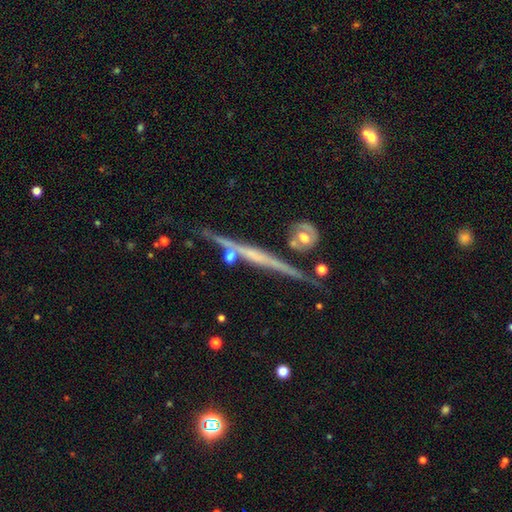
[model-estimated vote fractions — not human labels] Q: Smooth or featured?
A: featured or disk (78%); runner-up: smooth (15%)
Q: Edge-on disk?
A: yes (97%); runner-up: no (3%)
Q: Edge-on bulge?
A: none (54%); runner-up: rounded (30%)
Q: Merging?
A: none (76%); runner-up: minor disturbance (14%)